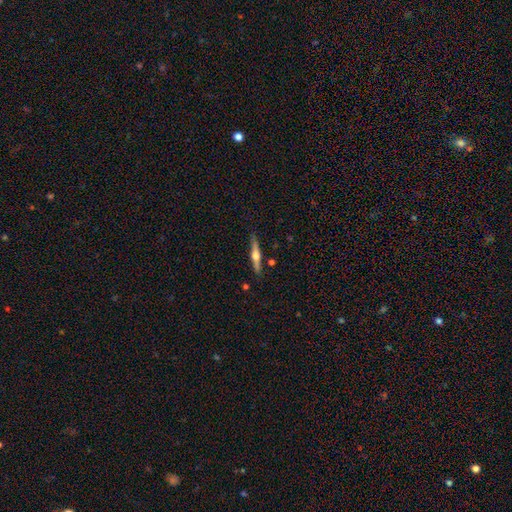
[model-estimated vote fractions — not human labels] Smooth or featured?
  - featured or disk: 68% *
  - smooth: 26%
  - star or artifact: 6%
Edge-on disk?
  - yes: 97% *
  - no: 3%
Edge-on bulge?
  - rounded: 93% *
  - boxy: 4%
  - none: 3%
Merging?
  - none: 86% *
  - minor disturbance: 10%
  - merger: 3%
  - major disturbance: 2%